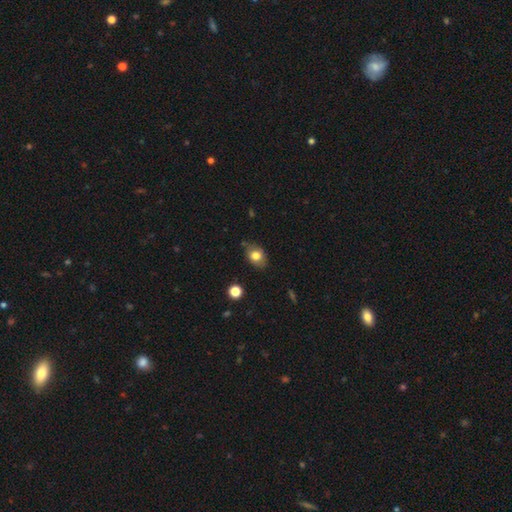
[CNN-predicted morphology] The model was most divided on "how rounded": in between: 70%, round: 28%, cigar-shaped: 1%. More confident: smooth or featured — smooth (76%); merging — none (71%).